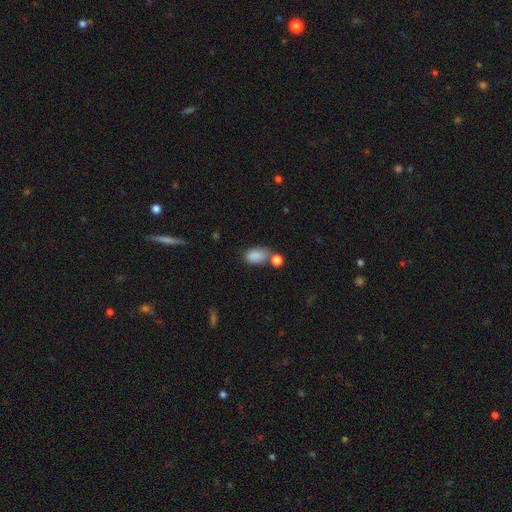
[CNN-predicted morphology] Smooth or featured?
  - smooth: 86% *
  - star or artifact: 8%
  - featured or disk: 6%
How rounded?
  - in between: 90% *
  - round: 8%
  - cigar-shaped: 2%
Merging?
  - none: 53% *
  - merger: 23%
  - minor disturbance: 18%
  - major disturbance: 6%